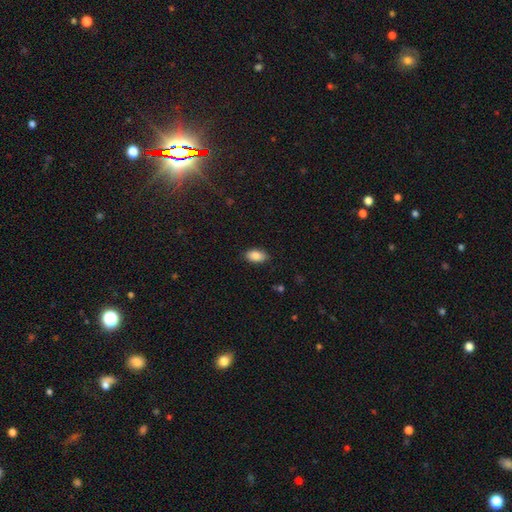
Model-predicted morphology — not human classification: Smooth or featured: smooth — 87% (star or artifact — 7%)
How rounded: in between — 93% (round — 5%)
Merging: none — 87% (minor disturbance — 10%)